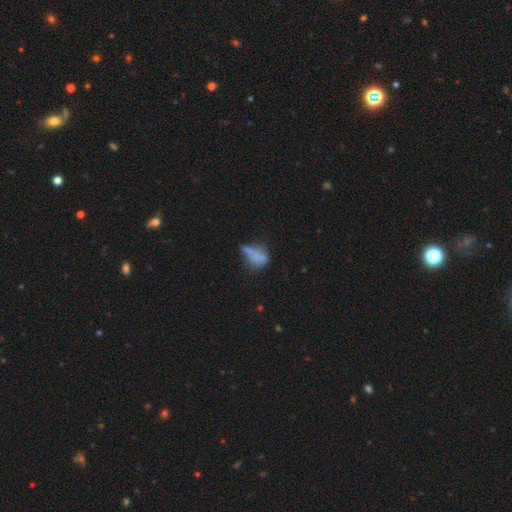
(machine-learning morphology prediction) The model was most divided on "merging": major disturbance: 33%, none: 26%, minor disturbance: 25%, merger: 17%. More confident: how rounded — in between (77%); smooth or featured — smooth (61%).